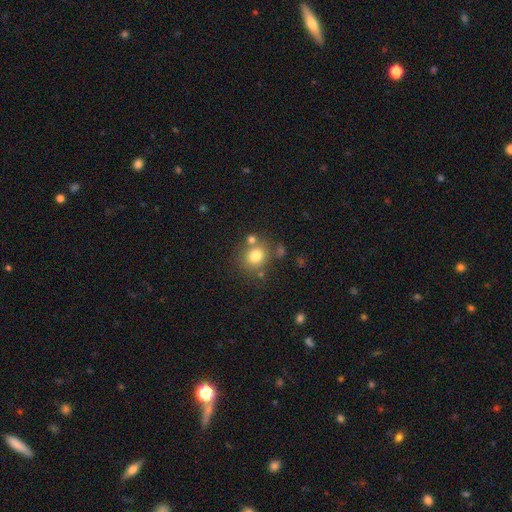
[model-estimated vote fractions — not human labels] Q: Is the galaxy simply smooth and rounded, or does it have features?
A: smooth — 77%.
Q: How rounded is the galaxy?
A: round — 81%.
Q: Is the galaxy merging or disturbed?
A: none — 68%.